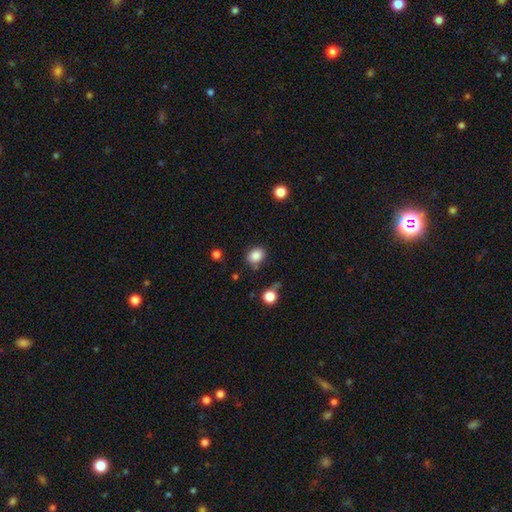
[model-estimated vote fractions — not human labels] A smooth galaxy with no disk features (85%) that is round (50%). Merging: none (77%).